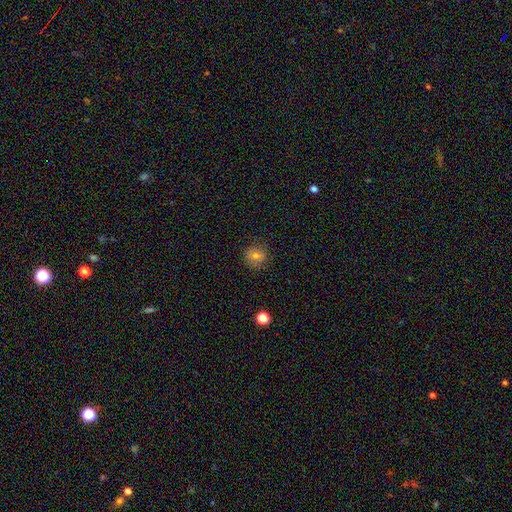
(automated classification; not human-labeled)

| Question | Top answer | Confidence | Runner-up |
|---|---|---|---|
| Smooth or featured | smooth | 71% | star or artifact (15%) |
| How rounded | round | 89% | in between (10%) |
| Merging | none | 85% | minor disturbance (11%) |